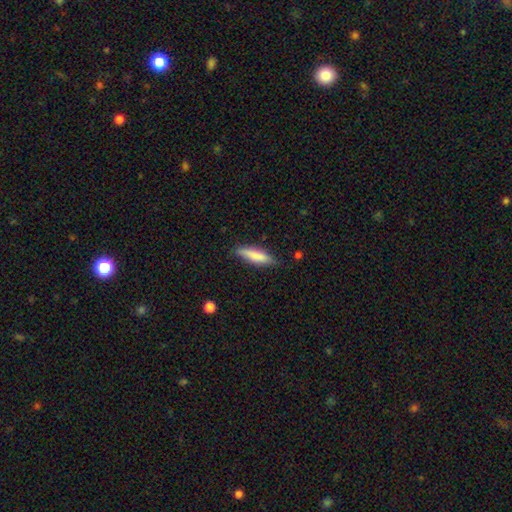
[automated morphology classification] Smooth or featured?
  - smooth: 78% *
  - featured or disk: 16%
  - star or artifact: 6%
How rounded?
  - cigar-shaped: 70% *
  - in between: 28%
  - round: 2%
Merging?
  - none: 80% *
  - minor disturbance: 16%
  - major disturbance: 3%
  - merger: 2%